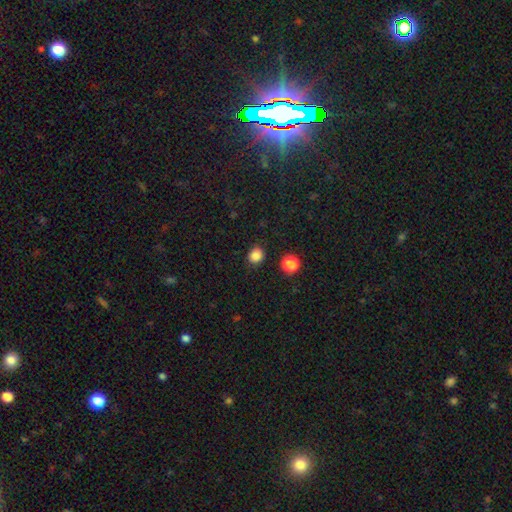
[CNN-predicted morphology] Smooth or featured?
  - smooth: 84% *
  - star or artifact: 12%
  - featured or disk: 4%
How rounded?
  - round: 76% *
  - in between: 23%
  - cigar-shaped: 1%
Merging?
  - none: 87% *
  - minor disturbance: 9%
  - major disturbance: 3%
  - merger: 2%